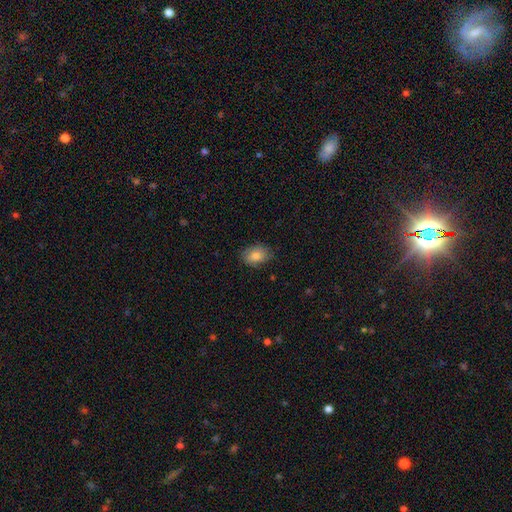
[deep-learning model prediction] The model was most divided on "merging": none: 77%, minor disturbance: 18%, major disturbance: 4%, merger: 1%. More confident: how rounded — in between (79%); smooth or featured — smooth (79%).